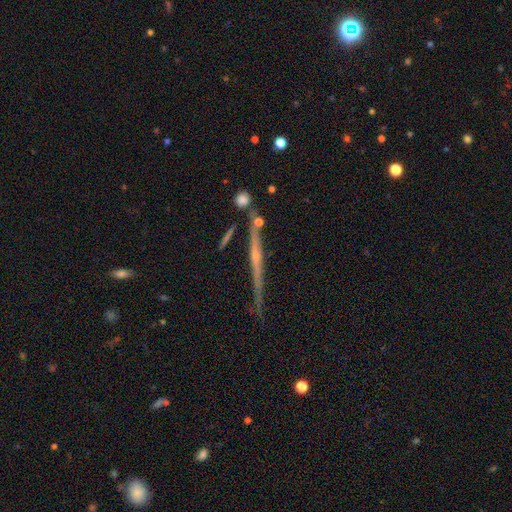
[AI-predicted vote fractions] This is likely a featured or disk galaxy (77%). It is clearly viewed edge-on (98%). Edge-on bulge: possibly rounded (55%). Merging: likely none (80%).